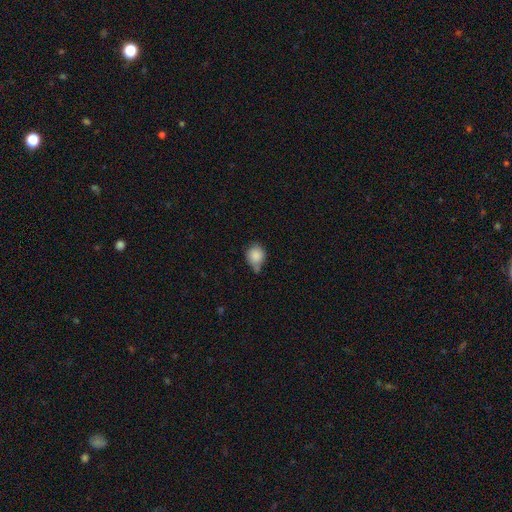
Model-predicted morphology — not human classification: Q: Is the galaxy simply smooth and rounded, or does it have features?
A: smooth — 85%.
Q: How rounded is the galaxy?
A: round — 67%.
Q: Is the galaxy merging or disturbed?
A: none — 42%.